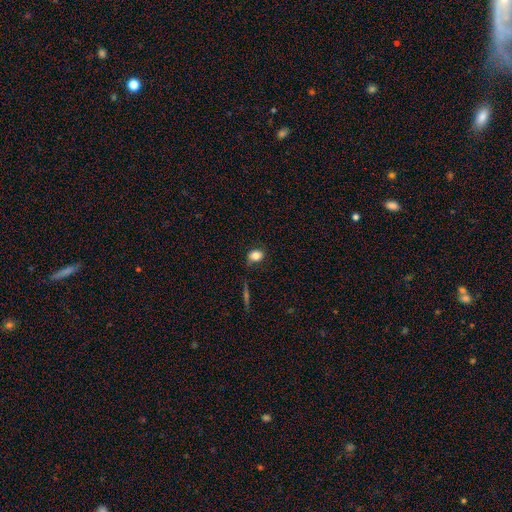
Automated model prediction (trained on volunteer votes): Smooth or featured? smooth (81%)
How rounded? in between (57%)
Merging? none (72%)